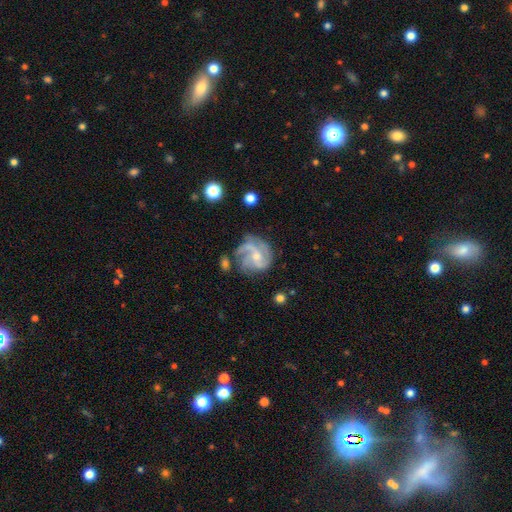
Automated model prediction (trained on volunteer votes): Morphology: type=featured or disk (84%); edge-on=no (98%); bar=no (58%); spiral arms=yes (95%); winding=medium (48%); arm count=3 (49%); bulge=small (54%); merging=none (58%).